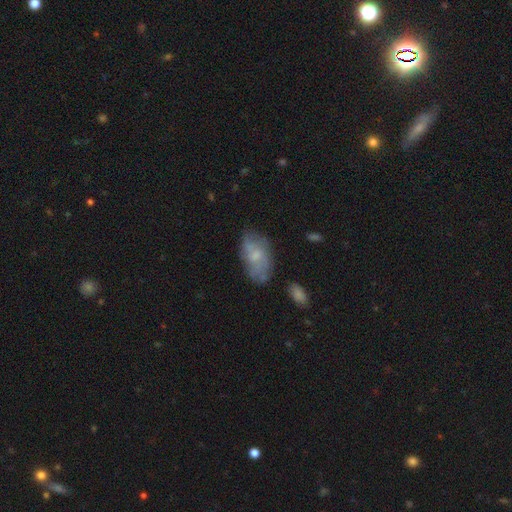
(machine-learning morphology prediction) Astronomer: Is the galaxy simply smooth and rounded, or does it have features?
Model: smooth — 54% (runner-up: featured or disk, 38%).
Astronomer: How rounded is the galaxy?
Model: in between — 93%.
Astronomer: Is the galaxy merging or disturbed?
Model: none — 61%.